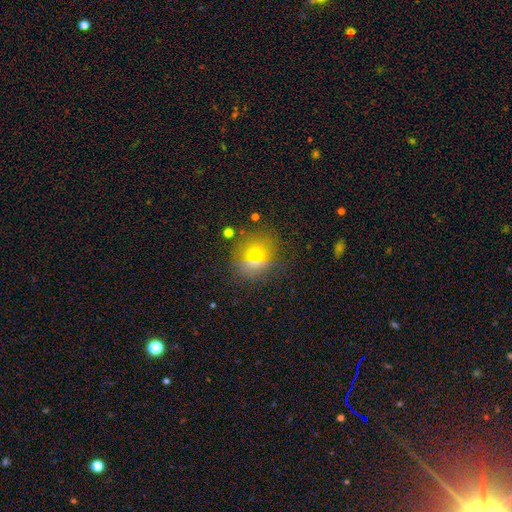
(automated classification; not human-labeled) Q: Smooth or featured?
A: smooth (62%); runner-up: star or artifact (24%)
Q: How rounded?
A: round (88%); runner-up: in between (10%)
Q: Merging?
A: none (80%); runner-up: minor disturbance (10%)